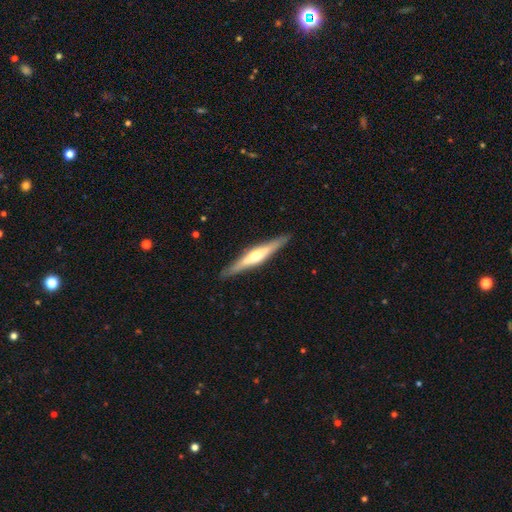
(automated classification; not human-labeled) Overall: featured or disk (69%). Edge-on disk: yes (97%). Edge-on bulge: rounded (88%). Merging: none (90%).